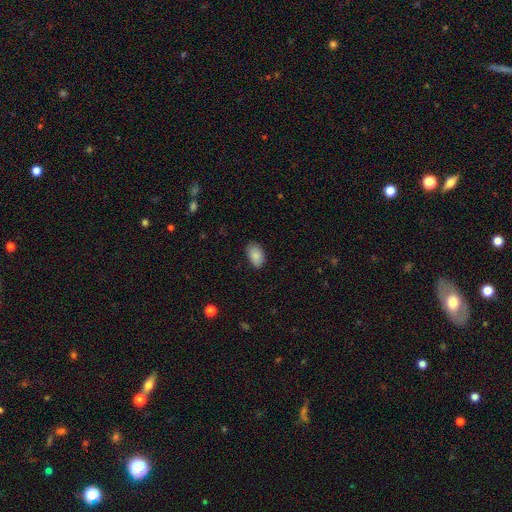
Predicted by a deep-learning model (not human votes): Q: Smooth or featured?
A: smooth (88%); runner-up: star or artifact (7%)
Q: How rounded?
A: in between (92%); runner-up: round (7%)
Q: Merging?
A: none (85%); runner-up: minor disturbance (12%)